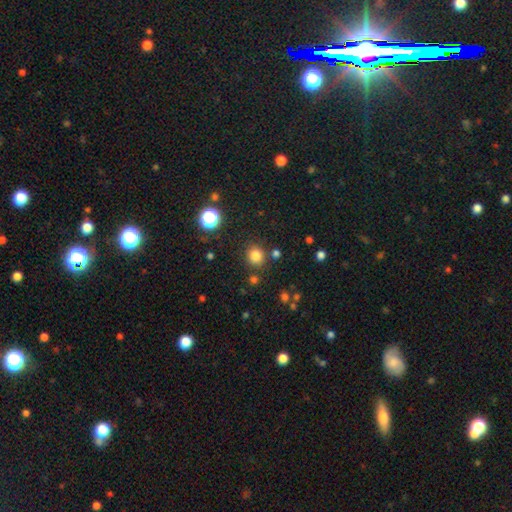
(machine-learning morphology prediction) Smooth or featured?
  - smooth: 81% *
  - star or artifact: 14%
  - featured or disk: 5%
How rounded?
  - round: 86% *
  - in between: 13%
  - cigar-shaped: 1%
Merging?
  - none: 84% *
  - minor disturbance: 8%
  - merger: 4%
  - major disturbance: 3%